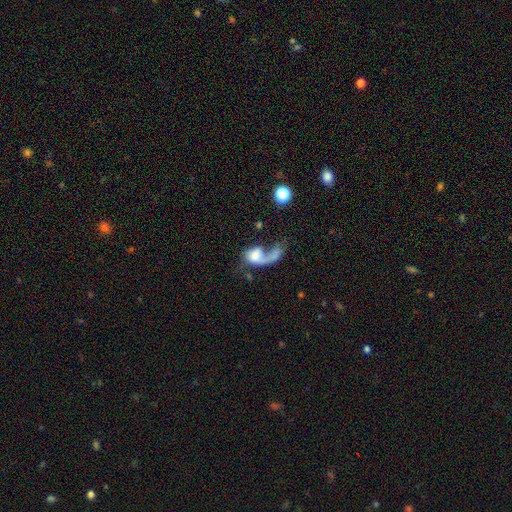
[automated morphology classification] Q: Smooth or featured?
A: featured or disk (50%); runner-up: smooth (41%)
Q: Merging?
A: major disturbance (47%); runner-up: merger (24%)